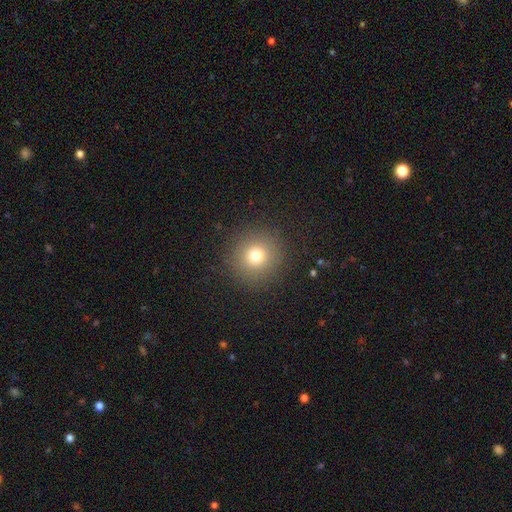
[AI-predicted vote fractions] Smooth or featured? Predicted: smooth (p=0.75). How rounded? Predicted: round (p=0.94). Merging? Predicted: none (p=0.90).